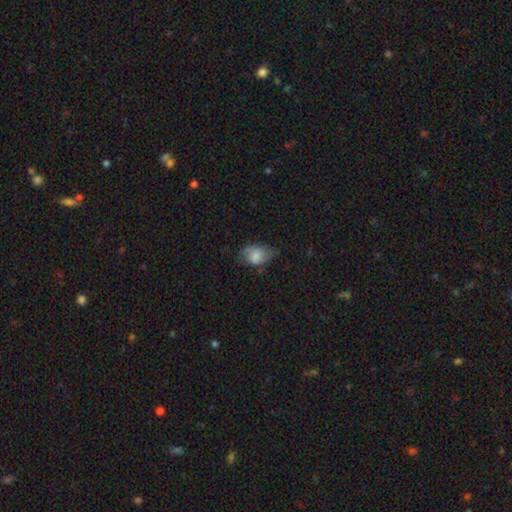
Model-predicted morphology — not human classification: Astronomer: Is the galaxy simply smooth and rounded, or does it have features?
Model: smooth — 68%.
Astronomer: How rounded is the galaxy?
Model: in between — 79%.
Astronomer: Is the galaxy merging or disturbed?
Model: none — 47% (runner-up: minor disturbance, 36%).